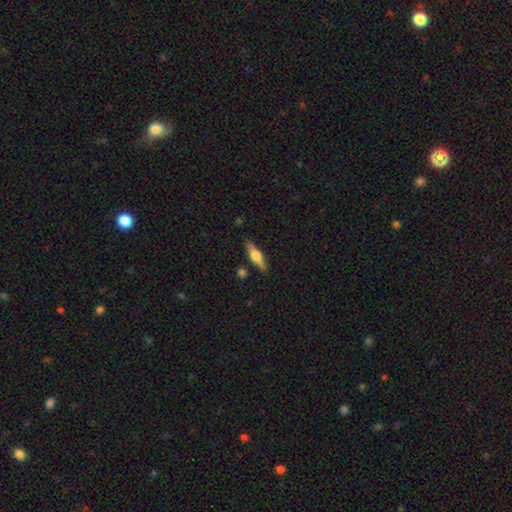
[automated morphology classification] smooth-or-featured: featured or disk: 62% | smooth: 32% | star or artifact: 6%
  disk-edge-on: yes: 96% | no: 4%
    edge-on-bulge: rounded: 89% | boxy: 8% | none: 2%
  merging: none: 86% | minor disturbance: 10% | merger: 3% | major disturbance: 2%